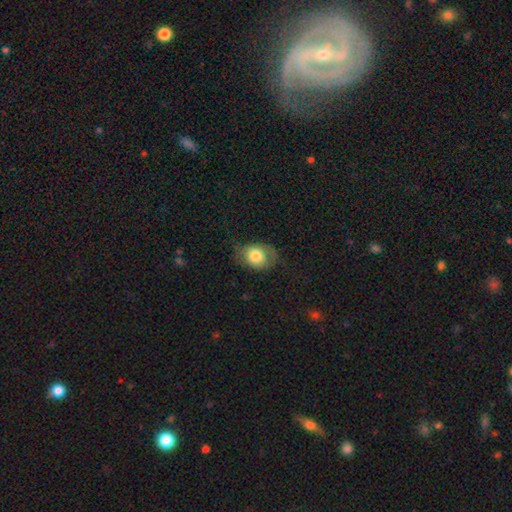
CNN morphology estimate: Smooth or featured: smooth — 75% (featured or disk — 17%)
How rounded: in between — 57% (round — 42%)
Merging: none — 56% (minor disturbance — 29%)